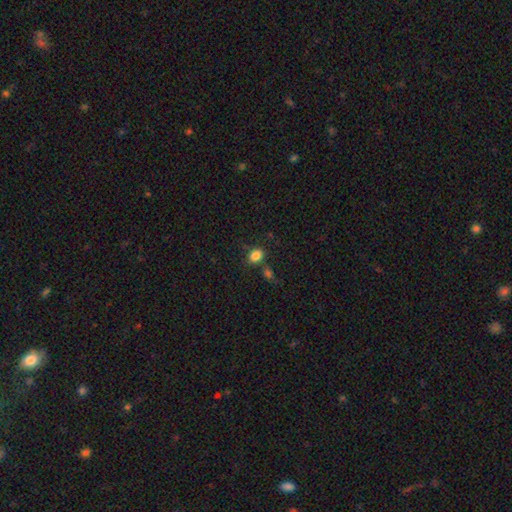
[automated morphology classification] A smooth galaxy with no disk features (83%) that is in between round and cigar-shaped (63%). Merging: none (66%).